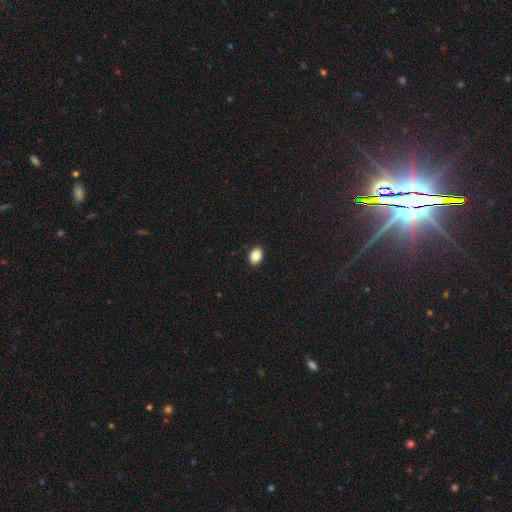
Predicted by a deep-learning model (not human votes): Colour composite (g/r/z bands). It shows a smooth galaxy with no disk features (86%) that is in between round and cigar-shaped (83%). Merging: none (90%).